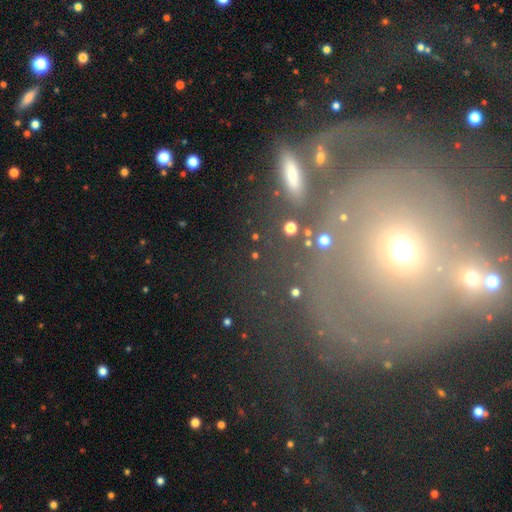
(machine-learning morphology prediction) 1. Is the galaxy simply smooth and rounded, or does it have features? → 41% star or artifact, 37% smooth, 22% featured or disk.